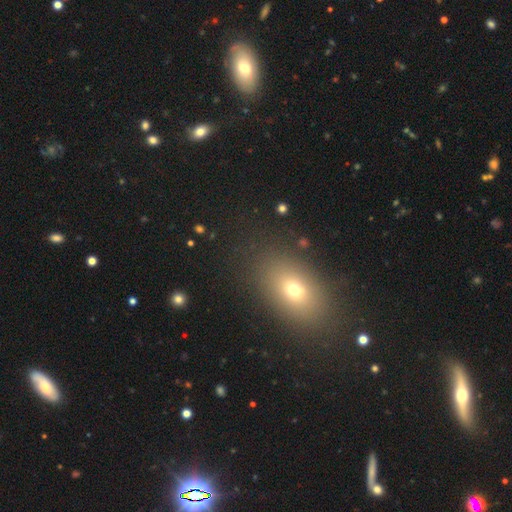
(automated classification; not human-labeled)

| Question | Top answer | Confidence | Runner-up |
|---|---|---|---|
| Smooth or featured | smooth | 64% | star or artifact (23%) |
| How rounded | in between | 74% | round (23%) |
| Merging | none | 86% | minor disturbance (8%) |